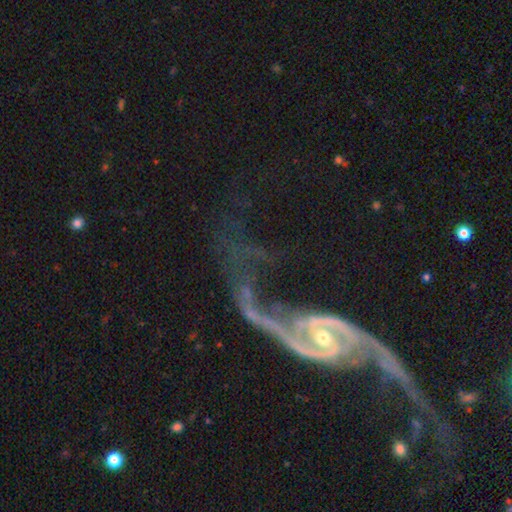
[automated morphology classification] Q: Smooth or featured?
A: featured or disk (90%); runner-up: star or artifact (6%)
Q: Edge-on disk?
A: no (95%); runner-up: yes (5%)
Q: Bar?
A: no (39%); runner-up: weak (34%)
Q: Spiral arms?
A: yes (96%); runner-up: no (4%)
Q: Spiral winding?
A: loose (63%); runner-up: medium (27%)
Q: Spiral arm count?
A: 2 (91%); runner-up: can't tell (2%)
Q: Bulge size?
A: small (67%); runner-up: moderate (28%)
Q: Merging?
A: none (50%); runner-up: major disturbance (26%)